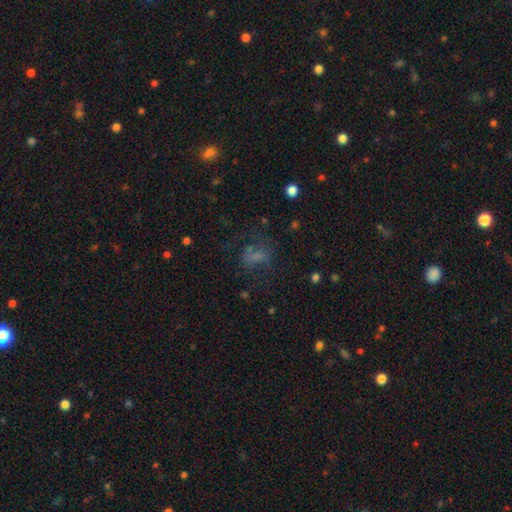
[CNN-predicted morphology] The model was most divided on "merging": none: 47%, major disturbance: 29%, minor disturbance: 20%, merger: 4%. More confident: how rounded — in between (67%); smooth or featured — smooth (53%).